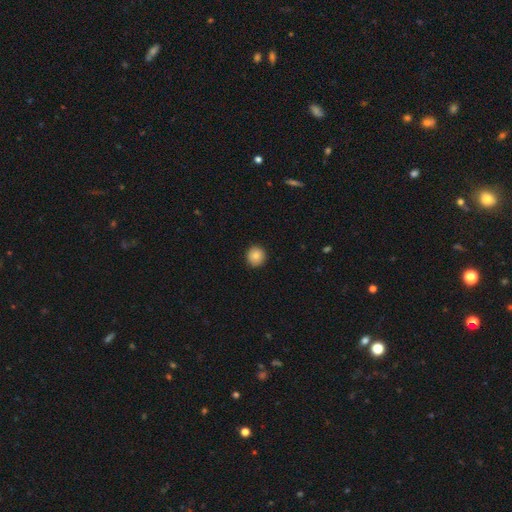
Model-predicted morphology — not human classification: Smooth or featured: smooth — 85% (star or artifact — 9%)
How rounded: round — 94% (in between — 6%)
Merging: none — 92% (minor disturbance — 5%)